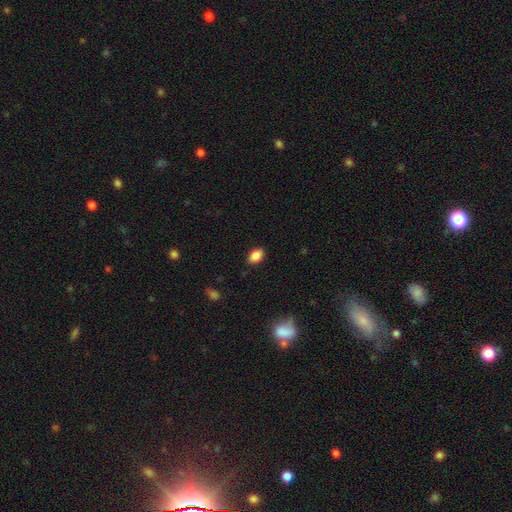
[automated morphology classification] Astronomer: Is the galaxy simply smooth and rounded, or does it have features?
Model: smooth — 86%.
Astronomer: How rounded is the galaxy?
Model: in between — 83%.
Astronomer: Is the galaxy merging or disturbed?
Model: none — 86%.